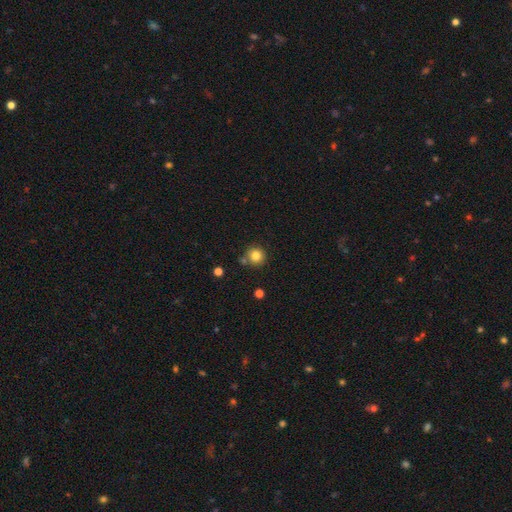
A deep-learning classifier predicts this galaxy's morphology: Overall: smooth (82%). How rounded: round (93%). Merging: none (76%).